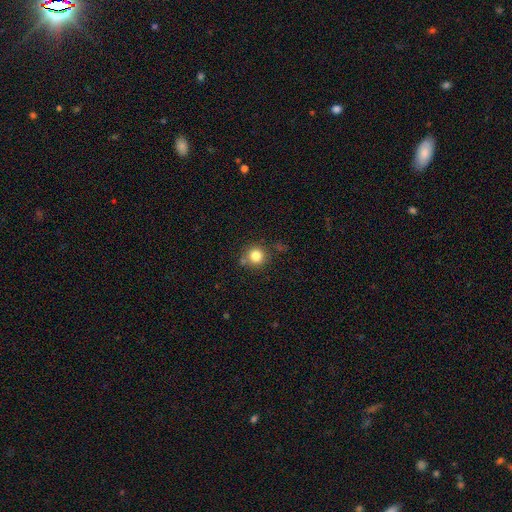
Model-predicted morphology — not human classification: type=smooth (82%); roundness=round (91%); merging=none (77%).